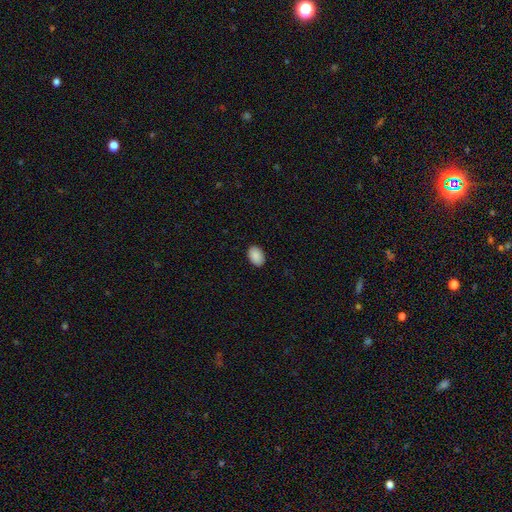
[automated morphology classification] smooth_or_featured: smooth (p=0.90) [alt: star or artifact p=0.07]
how_rounded: in between (p=0.85) [alt: round p=0.14]
merging: none (p=0.89) [alt: minor disturbance p=0.08]